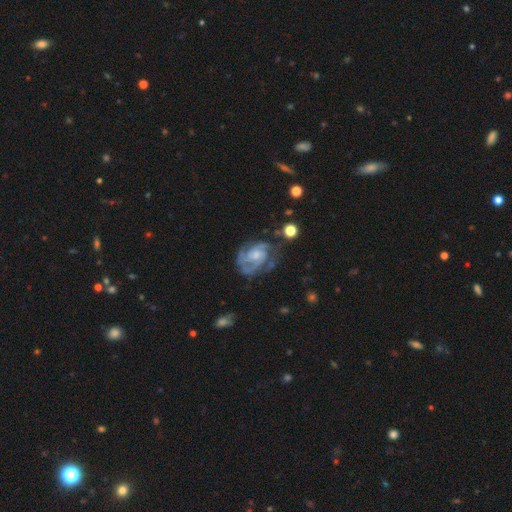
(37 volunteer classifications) Smooth or featured?
  - featured or disk: 84% *
  - smooth: 11%
  - star or artifact: 5%
Edge-on disk?
  - no: 97% *
  - yes: 3%
Bar?
  - no: 63% *
  - weak: 23%
  - strong: 13%
Spiral arms?
  - yes: 97% *
  - no: 3%
Spiral winding?
  - tight: 52% *
  - medium: 45%
  - loose: 3%
Spiral arm count?
  - 3: 45% *
  - 2: 34%
  - can't tell: 17%
  - 4: 3%
  - 1: 0%
  - more than 4: 0%
Bulge size?
  - small: 73% *
  - moderate: 27%
  - dominant: 0%
  - large: 0%
  - none: 0%
Merging?
  - none: 77% *
  - minor disturbance: 20%
  - merger: 3%
  - major disturbance: 0%